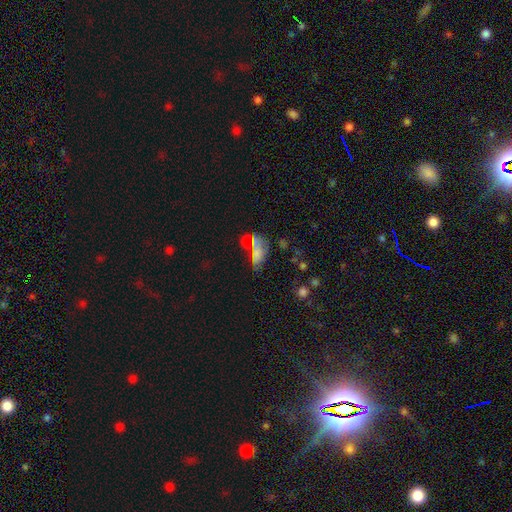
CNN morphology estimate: Smooth or featured? Predicted: smooth (p=0.57). How rounded? Predicted: in between (p=0.57). Merging? Predicted: merger (p=0.37).